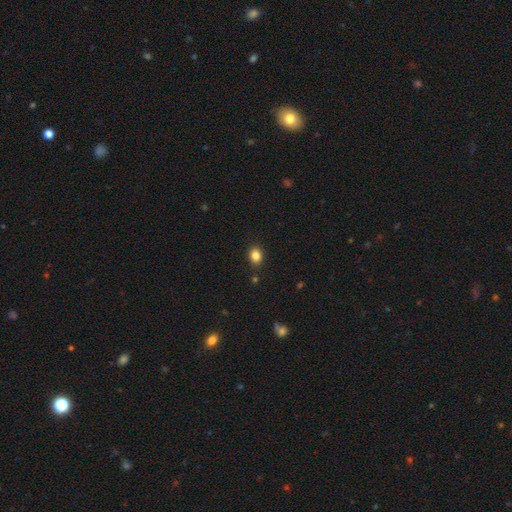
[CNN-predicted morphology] A smooth galaxy with no disk features (84%) that is in between round and cigar-shaped (51%).

Vote fractions:
- Smooth or featured? smooth: 84% / star or artifact: 11% / featured or disk: 5%
- How rounded? in between: 51% / round: 48% / cigar-shaped: 1%
- Merging? none: 88% / minor disturbance: 8% / major disturbance: 2% / merger: 2%